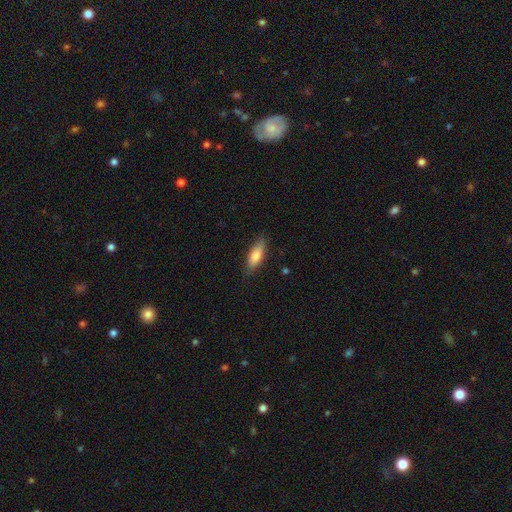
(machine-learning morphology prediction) A smooth galaxy with no disk features (79%) that is in between round and cigar-shaped (63%).

Vote fractions:
- Smooth or featured? smooth: 79% / featured or disk: 15% / star or artifact: 6%
- How rounded? in between: 63% / cigar-shaped: 35% / round: 2%
- Merging? none: 82% / minor disturbance: 14% / major disturbance: 3% / merger: 1%